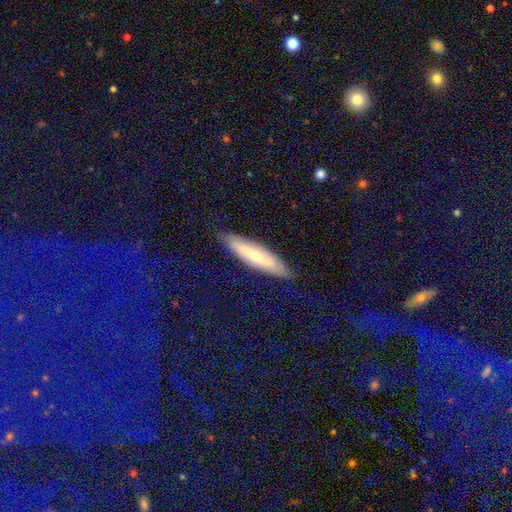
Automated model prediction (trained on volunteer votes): Overall: featured or disk (47%; smooth 46%). Merging: none (83%).